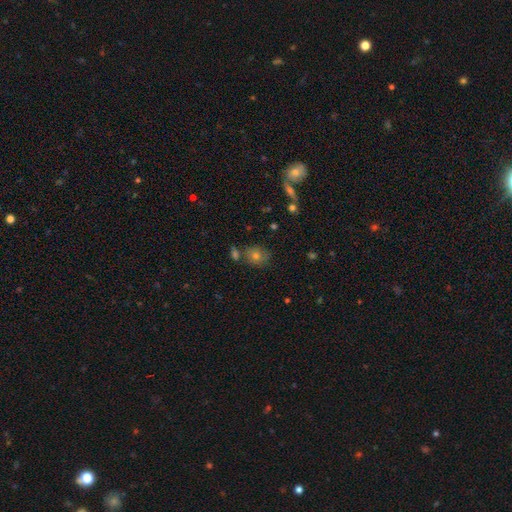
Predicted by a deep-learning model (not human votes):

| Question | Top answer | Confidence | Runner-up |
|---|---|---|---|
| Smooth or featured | smooth | 58% | star or artifact (22%) |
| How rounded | round | 71% | in between (28%) |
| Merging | none | 71% | minor disturbance (13%) |